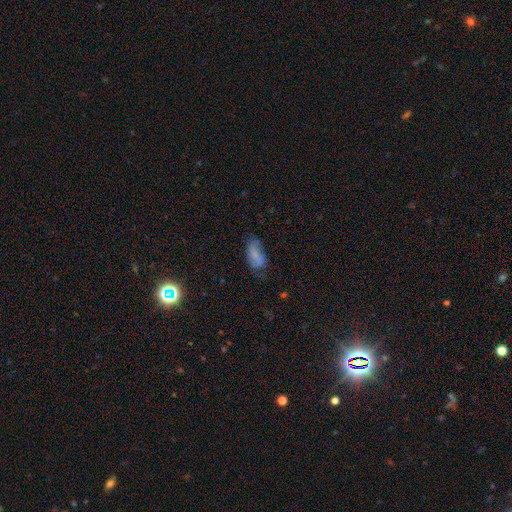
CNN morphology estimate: Overall: smooth (65%). How rounded: in between (89%). Merging: none (44%; minor disturbance 32%).